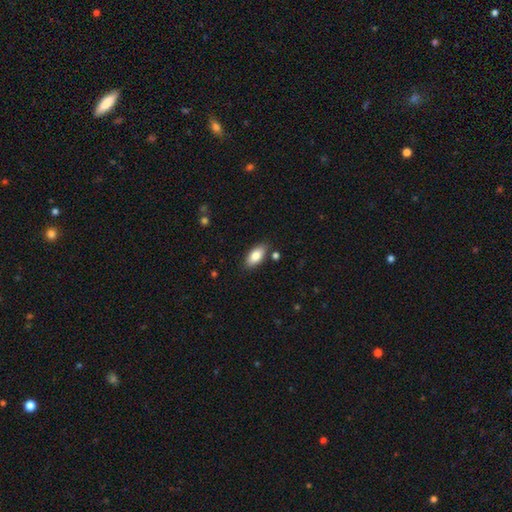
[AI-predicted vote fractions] Smooth or featured? smooth (83%)
How rounded? in between (90%)
Merging? none (84%)